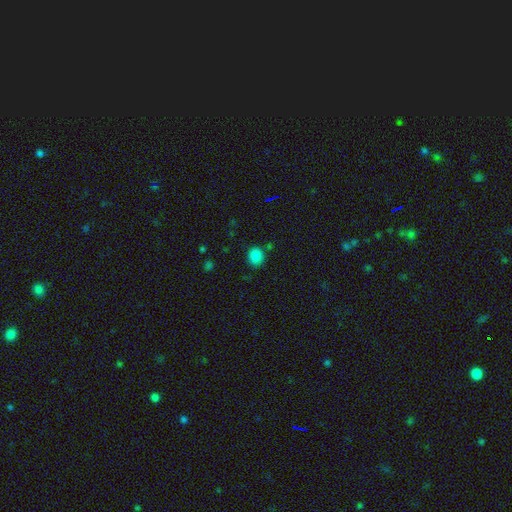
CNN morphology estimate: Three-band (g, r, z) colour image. It shows a smooth galaxy with no disk features (84%) that is round (70%). Merging: none (80%).